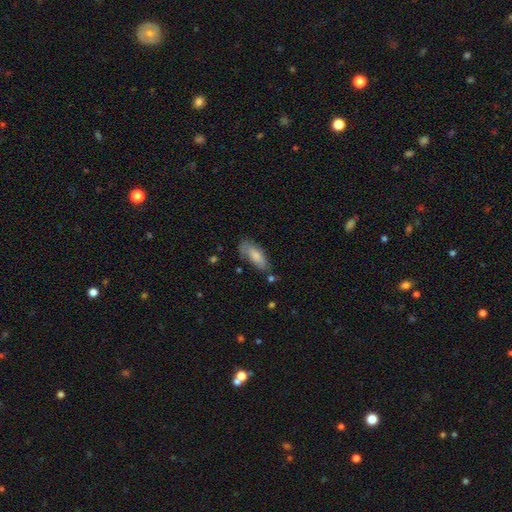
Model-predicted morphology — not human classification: This appears to be a smooth galaxy with no disk features (77%) that is in between round and cigar-shaped (73%). Merging: none (61%).